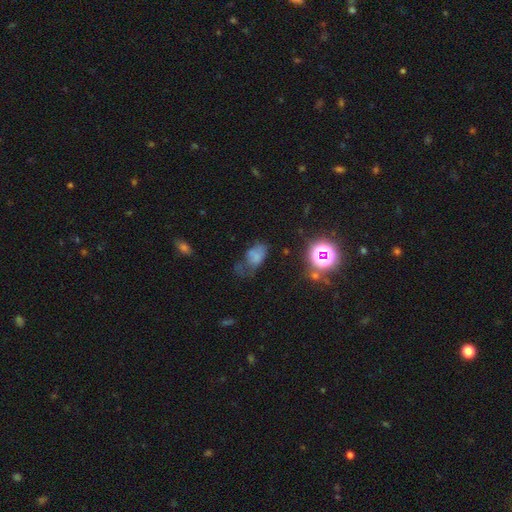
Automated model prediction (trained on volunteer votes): A smooth galaxy with no disk features (59%) that is in between round and cigar-shaped (85%).

Vote fractions:
- Smooth or featured? smooth: 59% / star or artifact: 22% / featured or disk: 18%
- How rounded? in between: 85% / round: 13% / cigar-shaped: 2%
- Merging? none: 34% / minor disturbance: 31% / major disturbance: 28% / merger: 7%